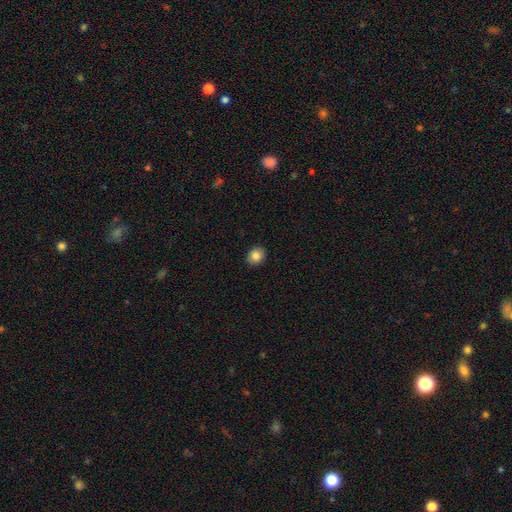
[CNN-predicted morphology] Overall: smooth (85%). How rounded: round (61%; in between 38%). Merging: none (91%).